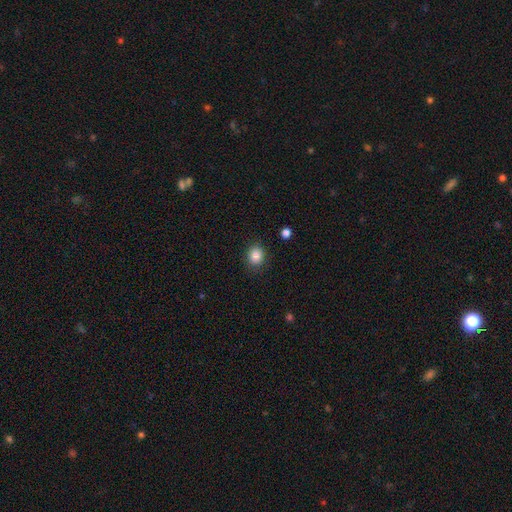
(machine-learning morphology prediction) A smooth galaxy with no disk features (86%) that is round (69%). Merging: none (87%).